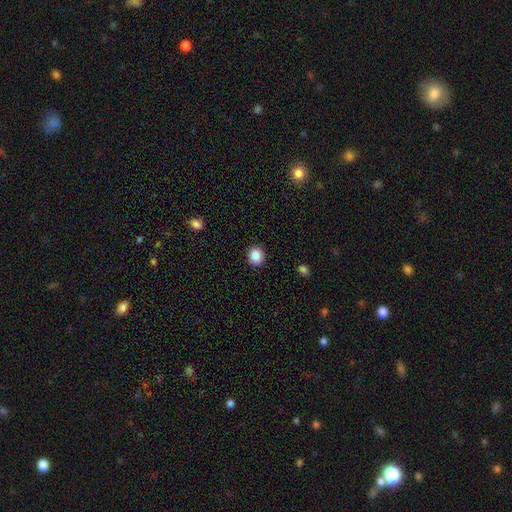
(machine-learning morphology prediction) Smooth or featured: smooth — 88% (star or artifact — 9%)
How rounded: round — 78% (in between — 21%)
Merging: none — 91% (minor disturbance — 6%)